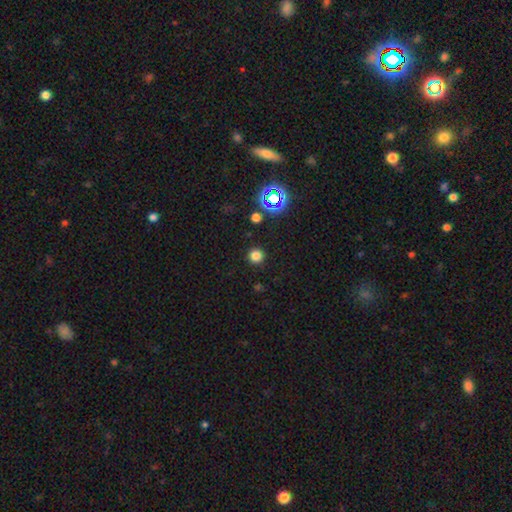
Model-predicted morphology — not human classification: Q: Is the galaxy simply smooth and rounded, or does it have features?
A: smooth — 77%.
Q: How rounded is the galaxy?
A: round — 95%.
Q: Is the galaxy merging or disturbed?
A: none — 91%.